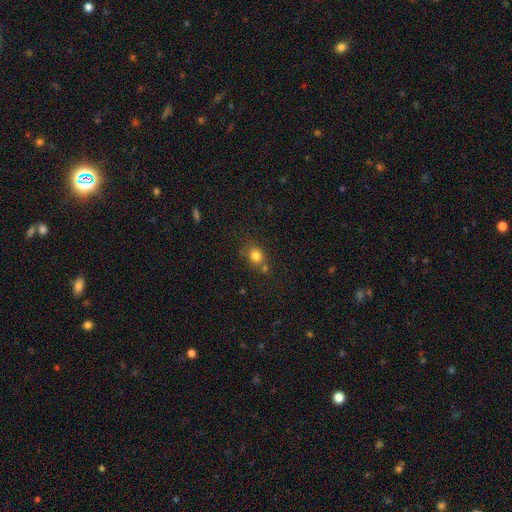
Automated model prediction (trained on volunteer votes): Smooth or featured? Predicted: smooth (p=0.80). How rounded? Predicted: round (p=0.66). Merging? Predicted: none (p=0.65).